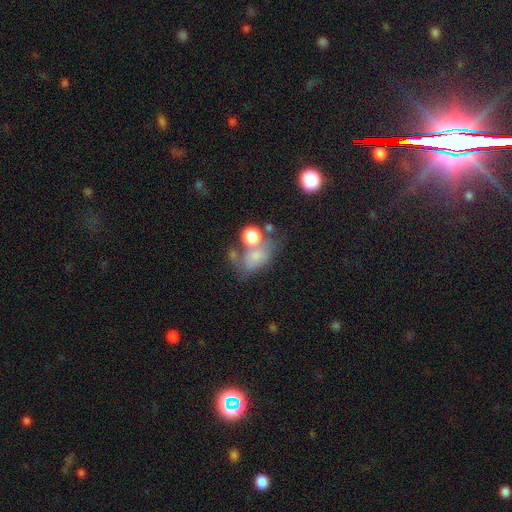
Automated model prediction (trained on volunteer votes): smooth_or_featured: smooth (p=0.62) [alt: featured or disk p=0.22]
how_rounded: in between (p=0.69) [alt: round p=0.29]
merging: none (p=0.31) [alt: merger p=0.28]